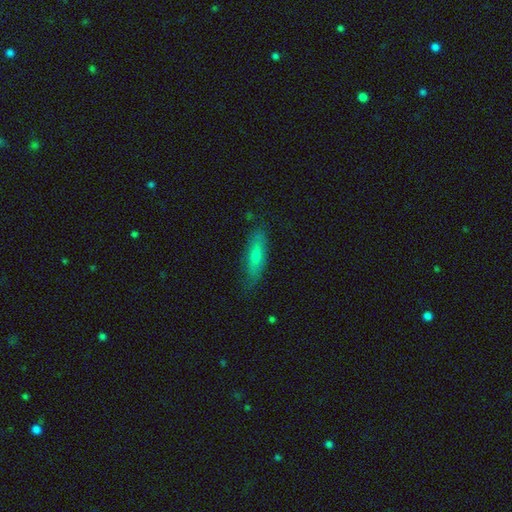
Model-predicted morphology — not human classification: Q: Smooth or featured?
A: smooth (62%); runner-up: featured or disk (31%)
Q: How rounded?
A: cigar-shaped (65%); runner-up: in between (33%)
Q: Merging?
A: none (79%); runner-up: minor disturbance (16%)